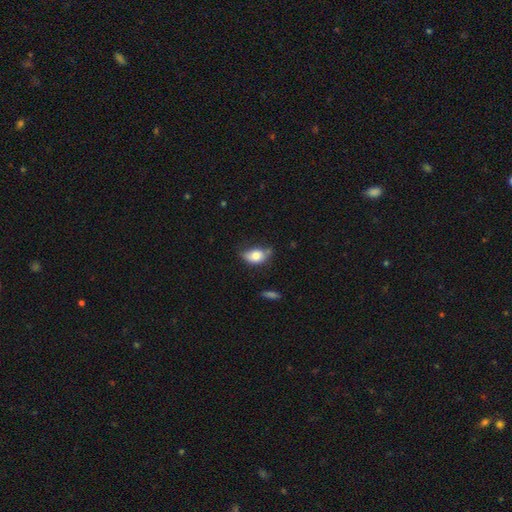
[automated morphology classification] A smooth galaxy with no disk features (78%) that is in between round and cigar-shaped (84%).

Vote fractions:
- Smooth or featured? smooth: 78% / featured or disk: 14% / star or artifact: 8%
- How rounded? in between: 84% / round: 14% / cigar-shaped: 2%
- Merging? none: 50% / minor disturbance: 35% / major disturbance: 9% / merger: 6%